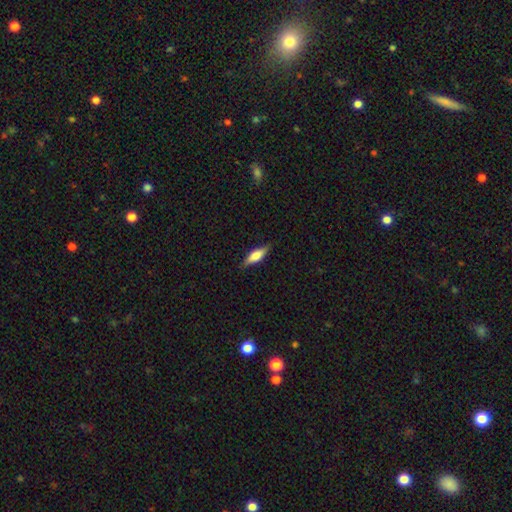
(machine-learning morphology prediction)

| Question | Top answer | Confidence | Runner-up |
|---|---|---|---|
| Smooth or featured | smooth | 58% | featured or disk (36%) |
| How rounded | in between | 53% | cigar-shaped (44%) |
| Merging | none | 83% | minor disturbance (13%) |